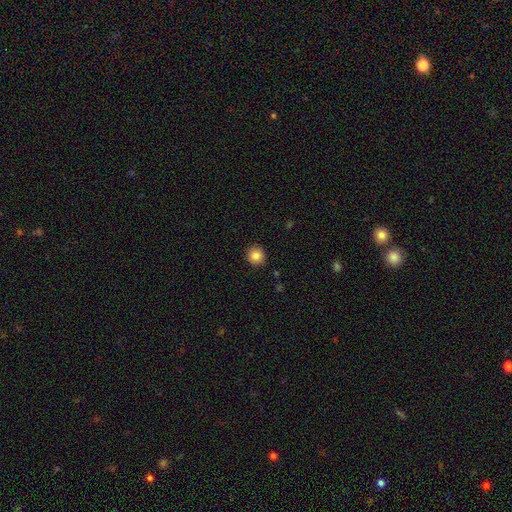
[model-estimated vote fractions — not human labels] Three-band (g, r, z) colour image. It shows a smooth galaxy with no disk features (85%) that is round (93%). Merging: none (92%).